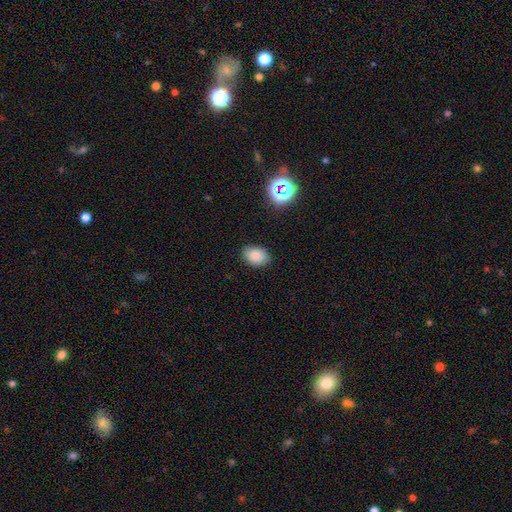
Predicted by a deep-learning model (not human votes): Smooth or featured? Predicted: smooth (p=0.84). How rounded? Predicted: in between (p=0.79). Merging? Predicted: none (p=0.82).